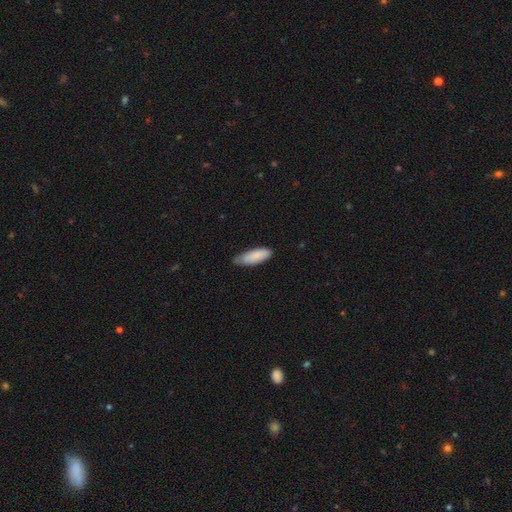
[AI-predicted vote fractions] The model was most divided on "merging": none: 56%, minor disturbance: 37%, major disturbance: 5%, merger: 2%. More confident: smooth or featured — smooth (87%); how rounded — in between (67%).